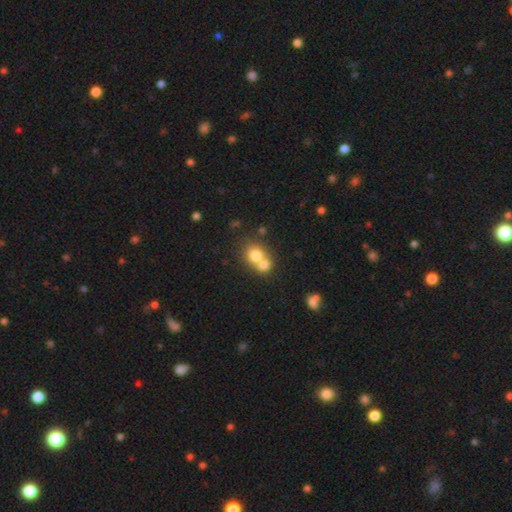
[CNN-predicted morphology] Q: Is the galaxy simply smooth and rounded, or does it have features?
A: smooth — 73%.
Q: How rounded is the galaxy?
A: round — 74%.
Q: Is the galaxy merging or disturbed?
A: merger — 61%.